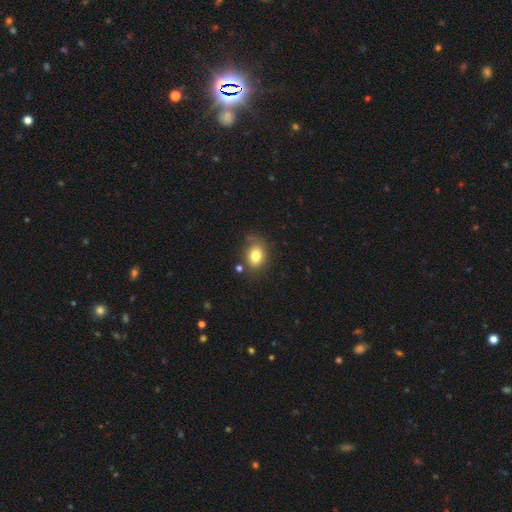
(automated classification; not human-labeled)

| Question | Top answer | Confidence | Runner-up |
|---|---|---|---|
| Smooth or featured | smooth | 80% | star or artifact (10%) |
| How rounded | in between | 62% | round (37%) |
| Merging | none | 71% | minor disturbance (18%) |